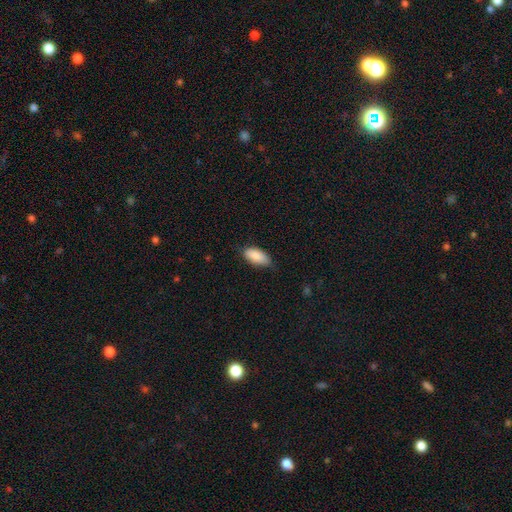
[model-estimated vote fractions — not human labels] smooth-or-featured: smooth: 88% | star or artifact: 6% | featured or disk: 5%
  how-rounded: in between: 91% | cigar-shaped: 7% | round: 2%
  merging: none: 72% | minor disturbance: 24% | major disturbance: 3% | merger: 1%